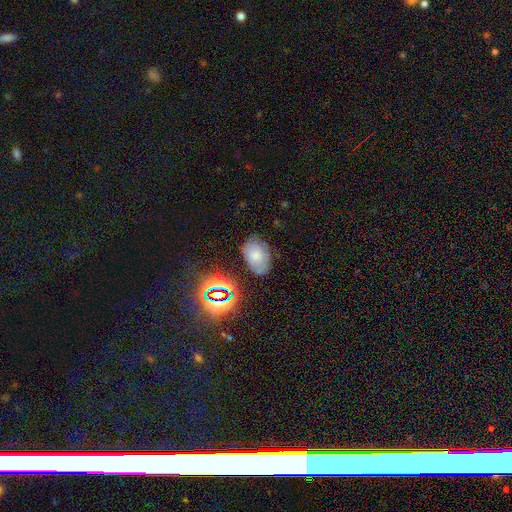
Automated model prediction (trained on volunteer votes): This appears to be a smooth galaxy with no disk features (64%) that is in between round and cigar-shaped (88%). Merging: none (67%).